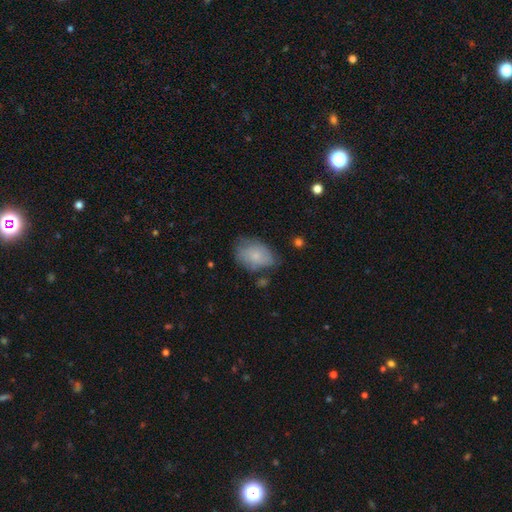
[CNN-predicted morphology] smooth 72%, featured or disk 21%, star or artifact 7%. Down the decision tree: how rounded — in between (83%); merging — none (53%).